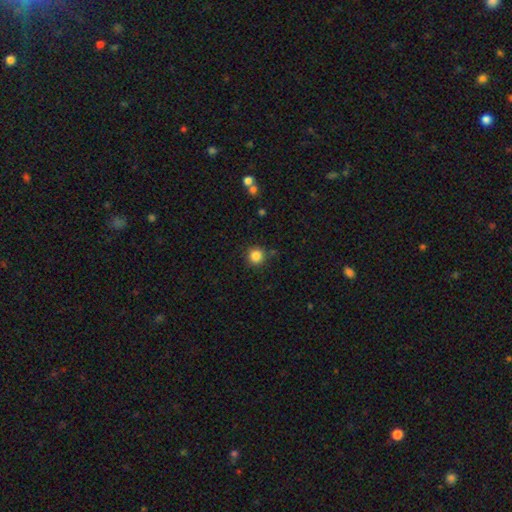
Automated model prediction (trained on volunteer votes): The model was most divided on "smooth or featured": smooth: 85%, star or artifact: 11%, featured or disk: 4%. More confident: how rounded — round (94%); merging — none (87%).